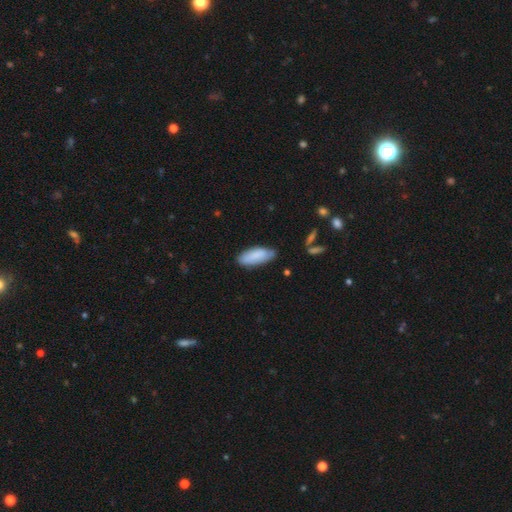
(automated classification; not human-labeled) Overall: smooth (85%). How rounded: in between (76%). Merging: none (73%).